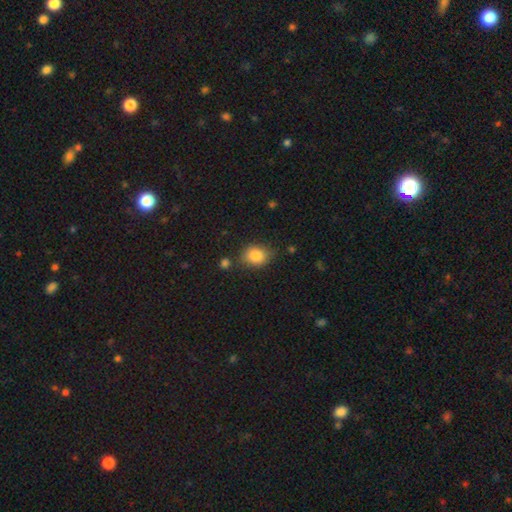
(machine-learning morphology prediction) smooth 84%, star or artifact 9%, featured or disk 7%. Down the decision tree: how rounded — round (50%); merging — none (75%).